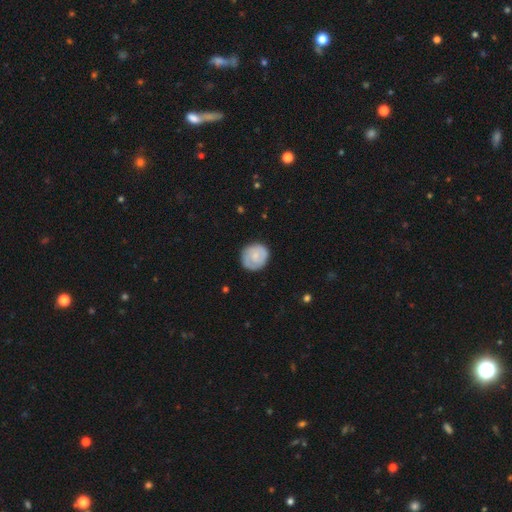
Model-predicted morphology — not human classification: smooth_or_featured: smooth (p=0.57) [alt: featured or disk p=0.37]
how_rounded: round (p=0.86) [alt: in between p=0.13]
merging: none (p=0.82) [alt: minor disturbance p=0.13]